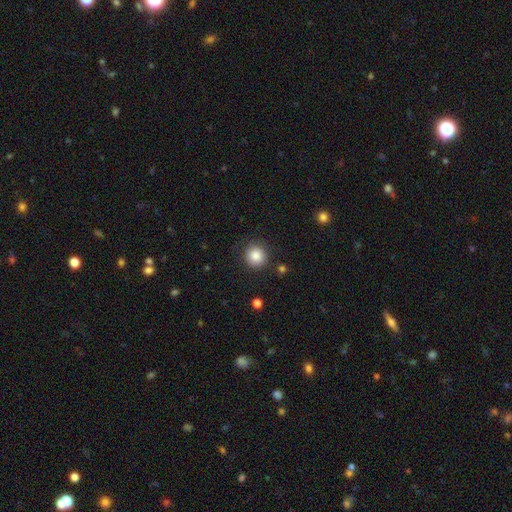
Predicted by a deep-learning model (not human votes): A smooth galaxy with no disk features (86%) that is round (92%).

Vote fractions:
- Smooth or featured? smooth: 86% / star or artifact: 10% / featured or disk: 5%
- How rounded? round: 92% / in between: 7% / cigar-shaped: 1%
- Merging? none: 86% / minor disturbance: 9% / major disturbance: 3% / merger: 2%